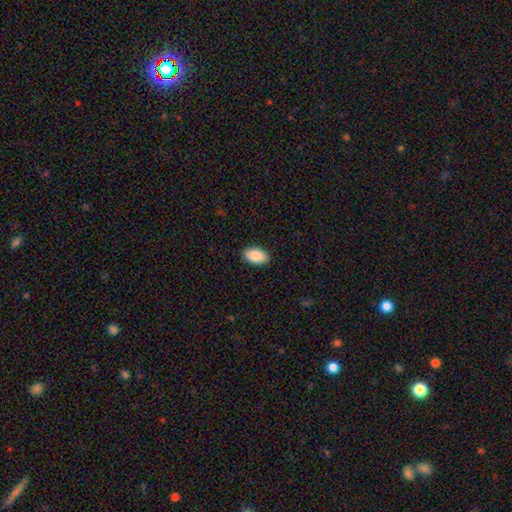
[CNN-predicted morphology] This is clearly a smooth galaxy (88%). How rounded: clearly in between (94%). Merging: clearly none (90%).